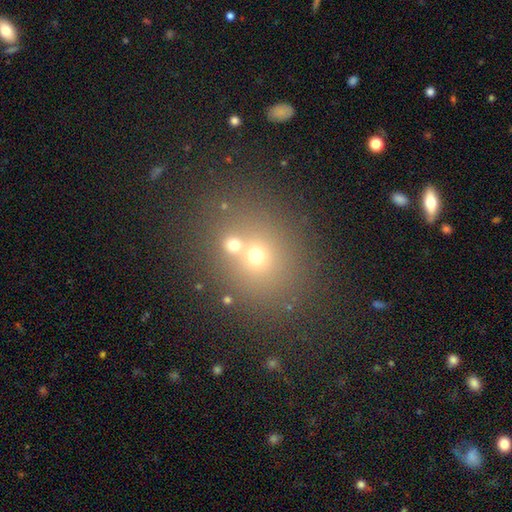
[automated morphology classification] Q: Smooth or featured?
A: smooth (56%); runner-up: star or artifact (26%)
Q: How rounded?
A: round (71%); runner-up: in between (28%)
Q: Merging?
A: none (53%); runner-up: merger (35%)